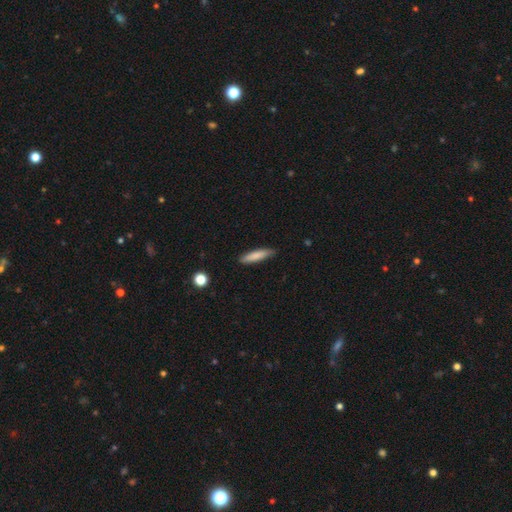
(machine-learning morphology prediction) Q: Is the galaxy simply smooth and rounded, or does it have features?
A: smooth — 82%.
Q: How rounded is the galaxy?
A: cigar-shaped — 82%.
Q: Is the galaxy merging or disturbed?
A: none — 85%.